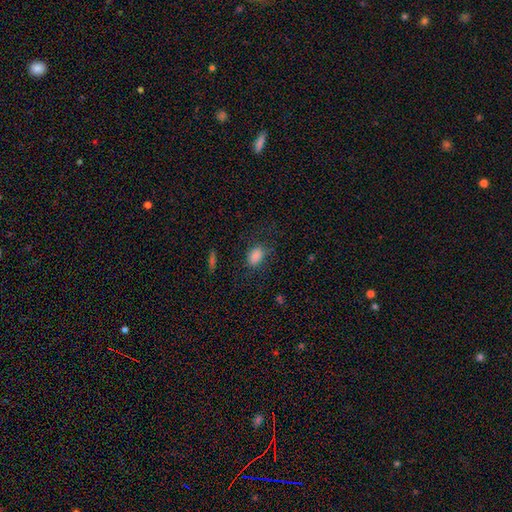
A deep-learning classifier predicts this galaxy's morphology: type=smooth (83%); roundness=in between (84%); merging=none (71%).